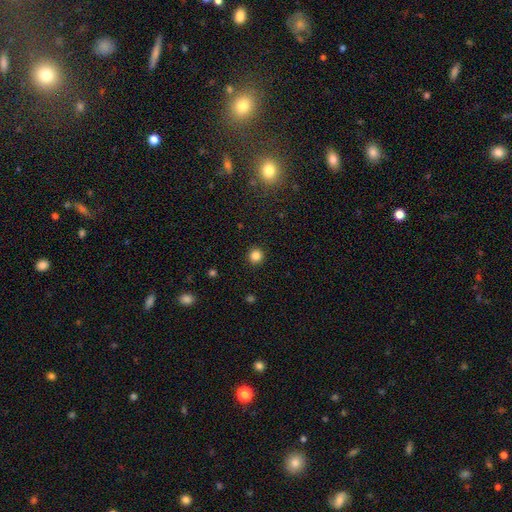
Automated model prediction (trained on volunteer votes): smooth_or_featured: smooth (p=0.84) [alt: star or artifact p=0.12]
how_rounded: round (p=0.95) [alt: in between p=0.04]
merging: none (p=0.93) [alt: minor disturbance p=0.05]